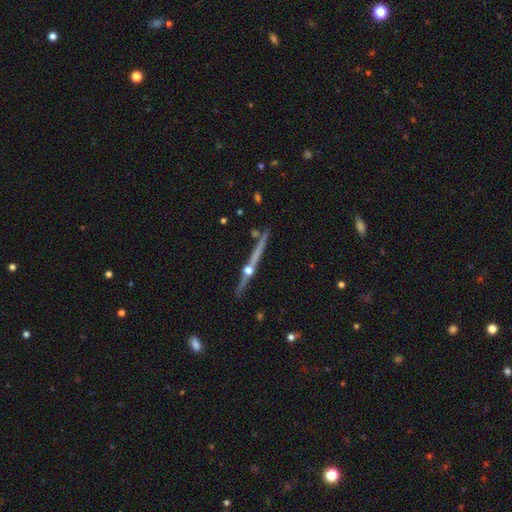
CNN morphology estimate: A featured or disk galaxy (82%) viewed edge-on (98%) with a rounded central bulge (84%).

Vote fractions:
- Smooth or featured? featured or disk: 82% / smooth: 11% / star or artifact: 7%
- Edge-on disk? yes: 98% / no: 2%
- Edge-on bulge? rounded: 84% / none: 11% / boxy: 5%
- Merging? none: 86% / minor disturbance: 8% / merger: 4% / major disturbance: 2%